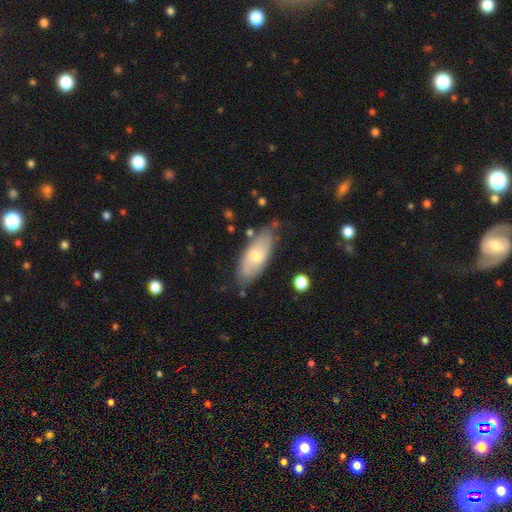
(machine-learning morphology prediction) Smooth or featured: smooth — 59% (featured or disk — 35%)
How rounded: in between — 79% (cigar-shaped — 19%)
Merging: none — 75% (minor disturbance — 18%)